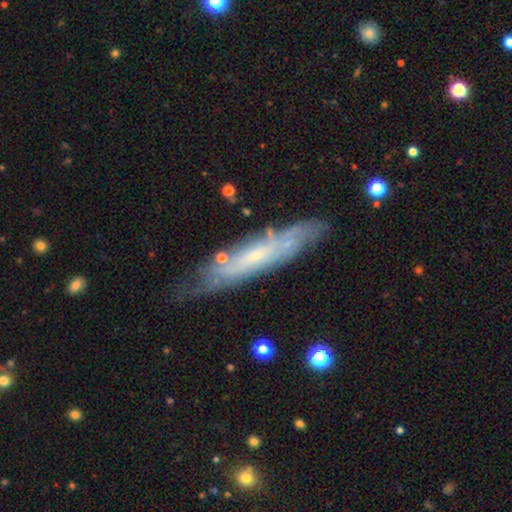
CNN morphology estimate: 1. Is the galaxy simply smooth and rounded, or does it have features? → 67% featured or disk, 26% smooth, 7% star or artifact.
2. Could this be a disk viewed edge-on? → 51% yes, 49% no.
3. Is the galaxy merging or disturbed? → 73% none, 19% minor disturbance, 5% major disturbance, 3% merger.